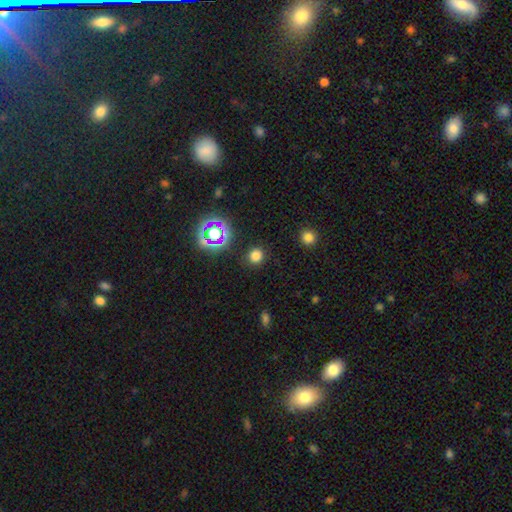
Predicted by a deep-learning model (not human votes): A smooth galaxy with no disk features (73%) that is round (89%). Merging: none (89%).